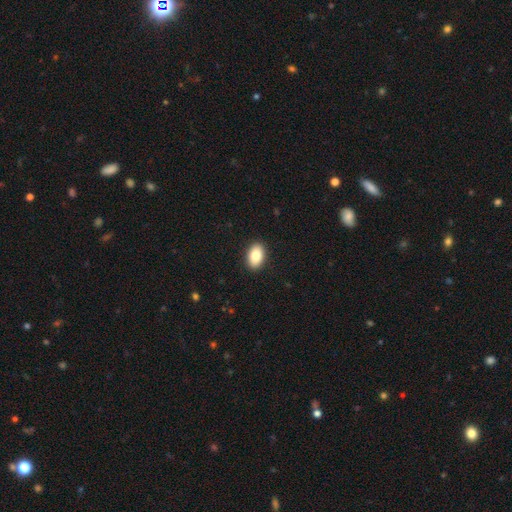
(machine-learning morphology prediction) Q: Smooth or featured?
A: smooth (84%); runner-up: featured or disk (9%)
Q: How rounded?
A: in between (91%); runner-up: round (8%)
Q: Merging?
A: none (91%); runner-up: minor disturbance (7%)